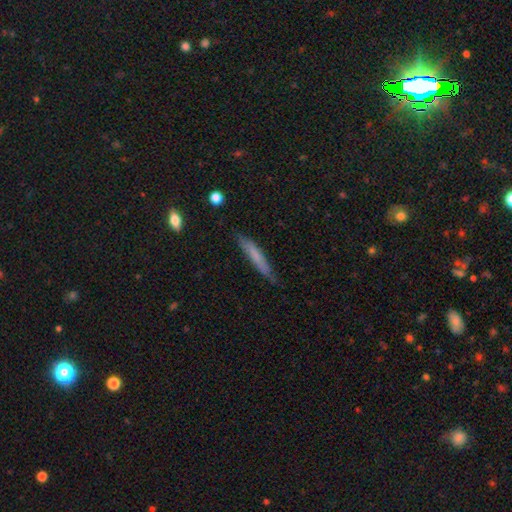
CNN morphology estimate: Q: Smooth or featured?
A: smooth (64%); runner-up: featured or disk (30%)
Q: How rounded?
A: cigar-shaped (93%); runner-up: in between (6%)
Q: Merging?
A: none (78%); runner-up: minor disturbance (17%)